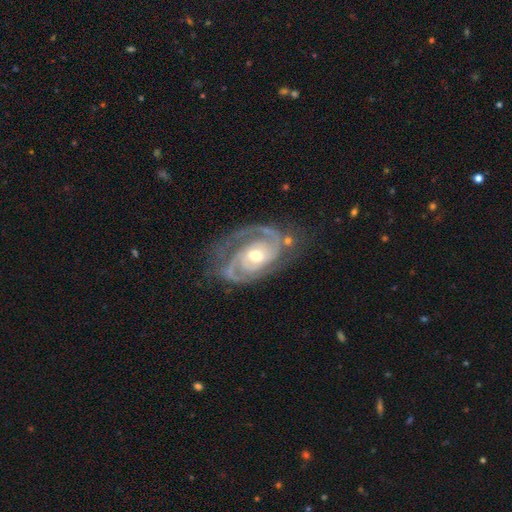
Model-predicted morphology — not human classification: This appears to be a featured or disk galaxy (93%) with no bar (48%), 2 (79%) tight (54%) spiral arms (98%) and a moderate central bulge (70%). Merging: none (68%).